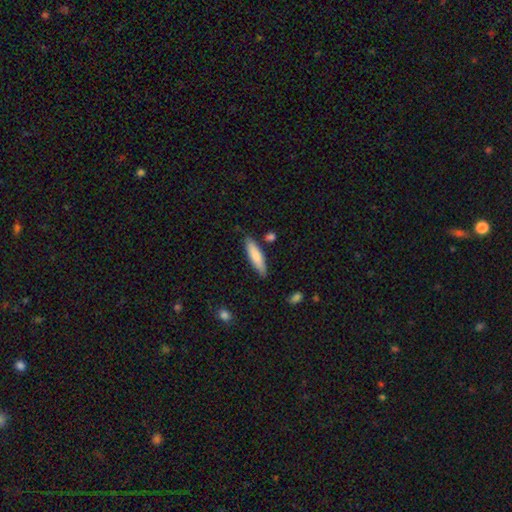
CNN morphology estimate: smooth_or_featured: smooth (p=0.78) [alt: featured or disk p=0.16]
how_rounded: cigar-shaped (p=0.70) [alt: in between p=0.29]
merging: none (p=0.83) [alt: minor disturbance p=0.12]